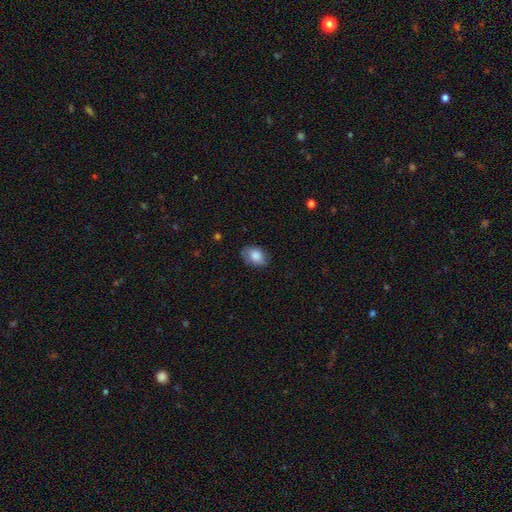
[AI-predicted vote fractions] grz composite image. It shows a smooth galaxy with no disk features (82%) that is in between round and cigar-shaped (83%). Merging: none (72%).